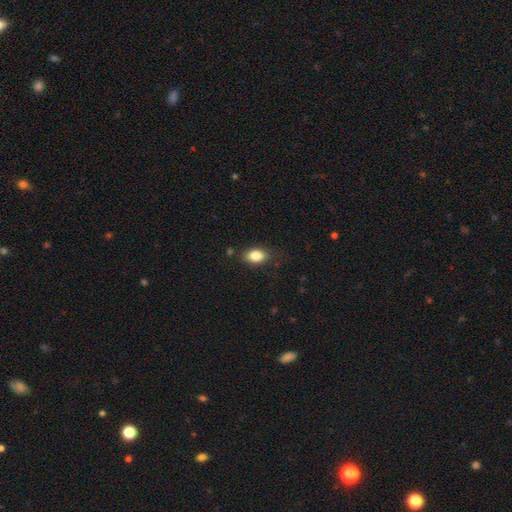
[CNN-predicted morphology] smooth_or_featured: smooth (p=0.83) [alt: featured or disk p=0.09]
how_rounded: in between (p=0.83) [alt: round p=0.15]
merging: none (p=0.78) [alt: minor disturbance p=0.16]